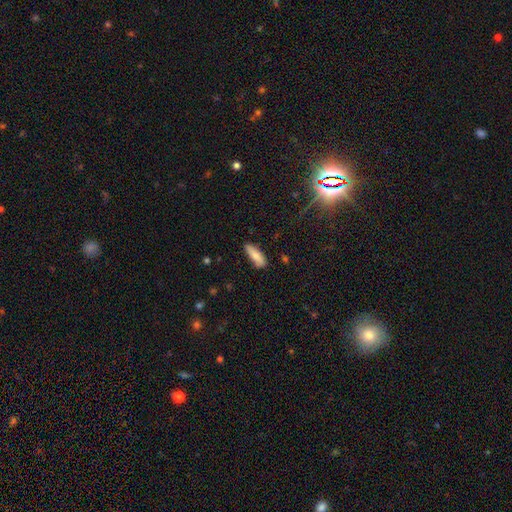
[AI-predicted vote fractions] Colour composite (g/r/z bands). It shows a smooth galaxy with no disk features (83%) that is in between round and cigar-shaped (56%). Merging: none (81%).